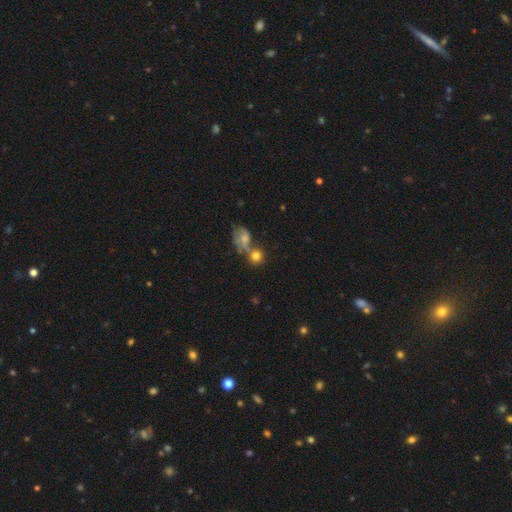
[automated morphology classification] This appears to be a smooth galaxy with no disk features (73%) that is round (82%). Merging: merger (43%).